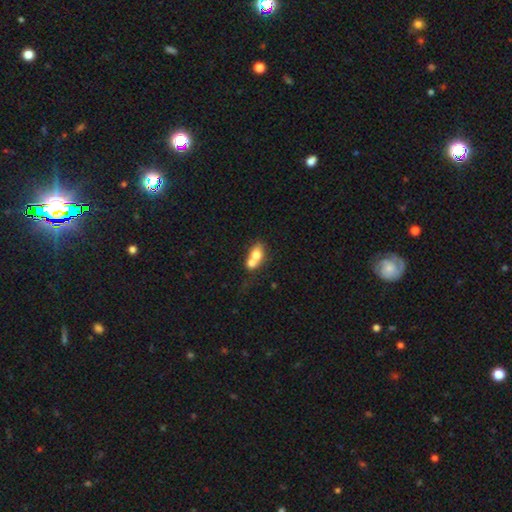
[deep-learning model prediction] This is likely a smooth galaxy (69%). How rounded: possibly in between (57%). Merging: likely merger (68%).